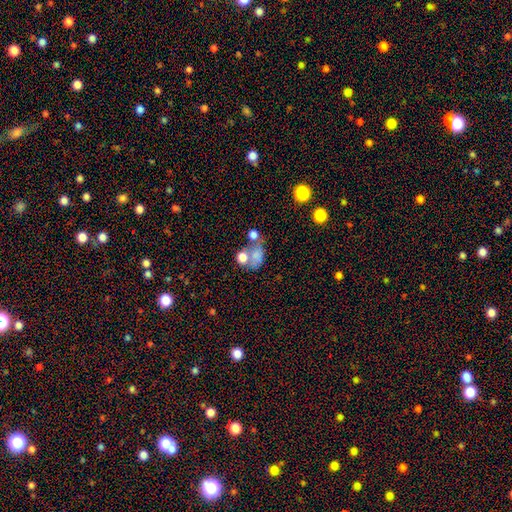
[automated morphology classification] This appears to be a smooth galaxy with no disk features (65%) that is in between round and cigar-shaped (62%). Merging: merger (44%).